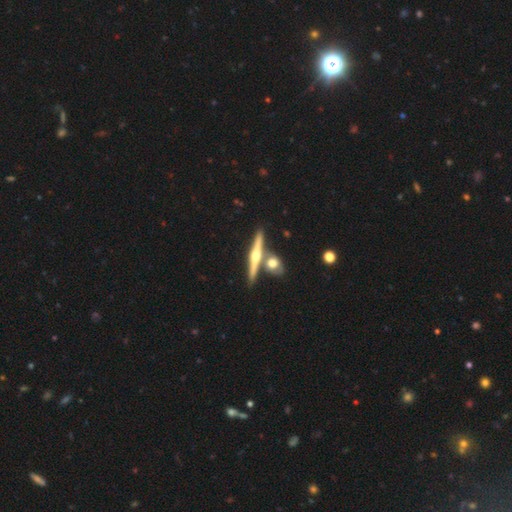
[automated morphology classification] Smooth or featured? featured or disk (76%)
Edge-on disk? yes (97%)
Edge-on bulge? rounded (95%)
Merging? none (72%)